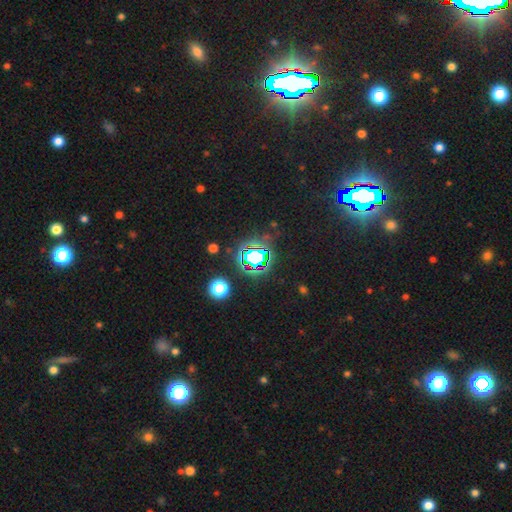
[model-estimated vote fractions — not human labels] Overall: star or artifact (70%).